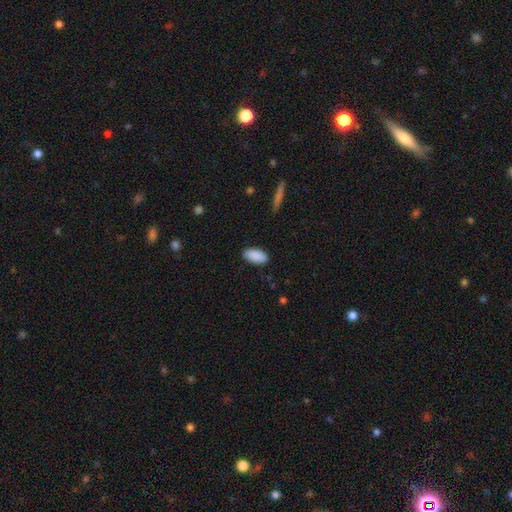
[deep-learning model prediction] A smooth galaxy with no disk features (90%) that is in between round and cigar-shaped (93%).

Vote fractions:
- Smooth or featured? smooth: 90% / star or artifact: 6% / featured or disk: 4%
- How rounded? in between: 93% / cigar-shaped: 5% / round: 2%
- Merging? none: 87% / minor disturbance: 10% / major disturbance: 2% / merger: 1%